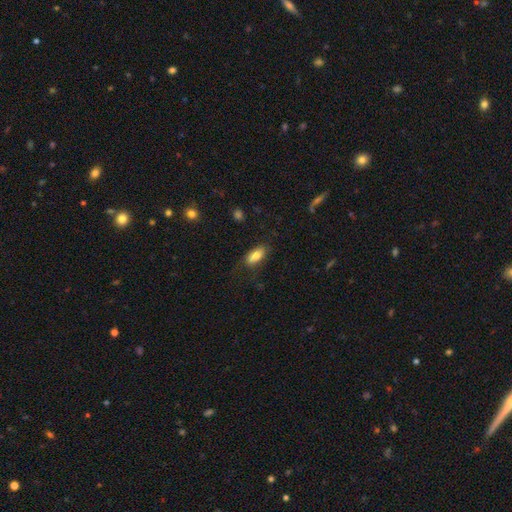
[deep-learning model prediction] smooth-or-featured: smooth: 82% | featured or disk: 11% | star or artifact: 7%
  how-rounded: in between: 85% | cigar-shaped: 12% | round: 3%
  merging: none: 75% | minor disturbance: 18% | major disturbance: 6% | merger: 1%